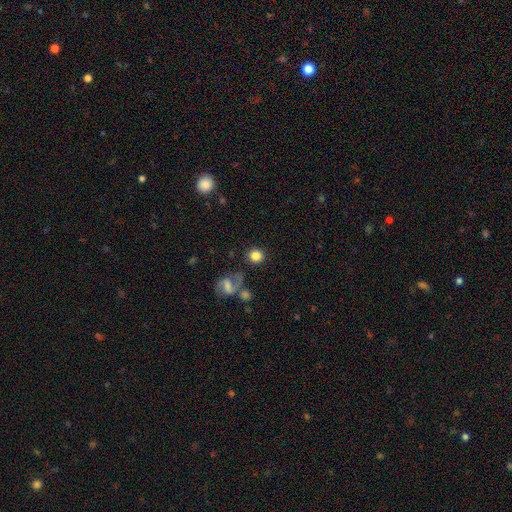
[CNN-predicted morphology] A smooth galaxy with no disk features (82%) that is round (87%).

Vote fractions:
- Smooth or featured? smooth: 82% / featured or disk: 9% / star or artifact: 9%
- How rounded? round: 87% / in between: 12% / cigar-shaped: 1%
- Merging? none: 79% / minor disturbance: 10% / merger: 7% / major disturbance: 4%